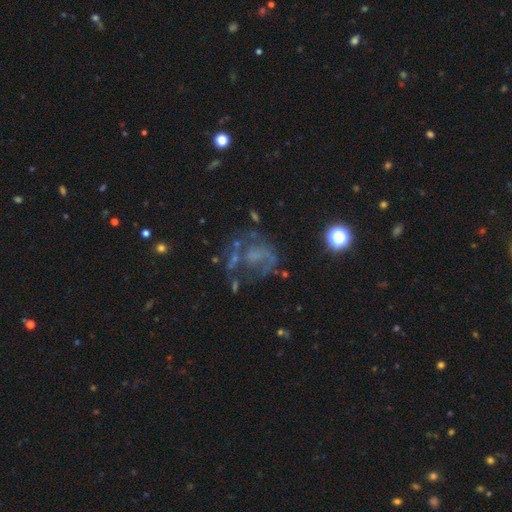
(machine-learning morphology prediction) type=featured or disk (59%); edge-on=no (98%); bar=no (74%); spiral arms=yes (51%); bulge=none (58%); merging=none (45%).